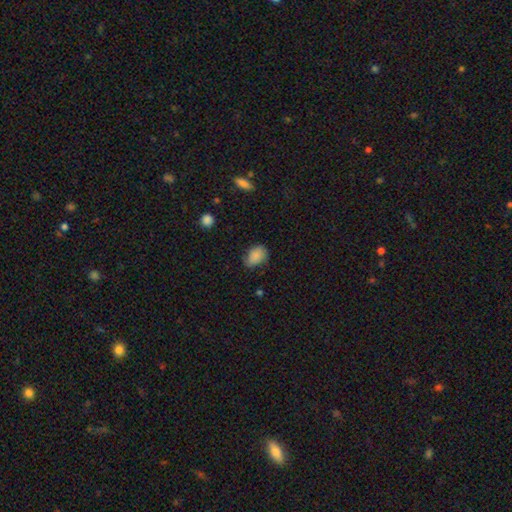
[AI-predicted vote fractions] The model was most divided on "merging": none: 56%, minor disturbance: 34%, major disturbance: 8%, merger: 2%. More confident: smooth or featured — smooth (84%); how rounded — in between (80%).